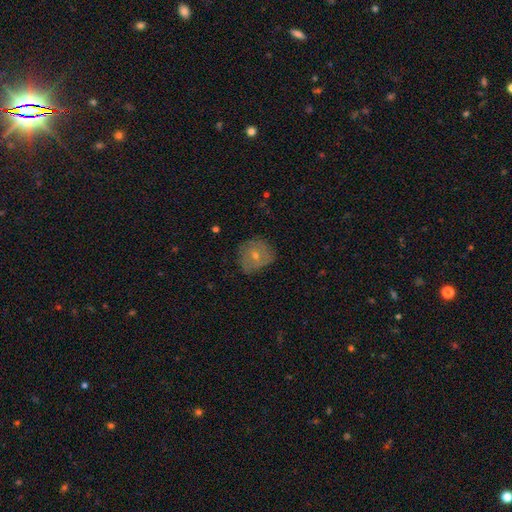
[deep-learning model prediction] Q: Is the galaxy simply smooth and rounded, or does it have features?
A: smooth — 58%.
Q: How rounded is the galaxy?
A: round — 78%.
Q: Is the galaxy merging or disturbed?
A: none — 67%.